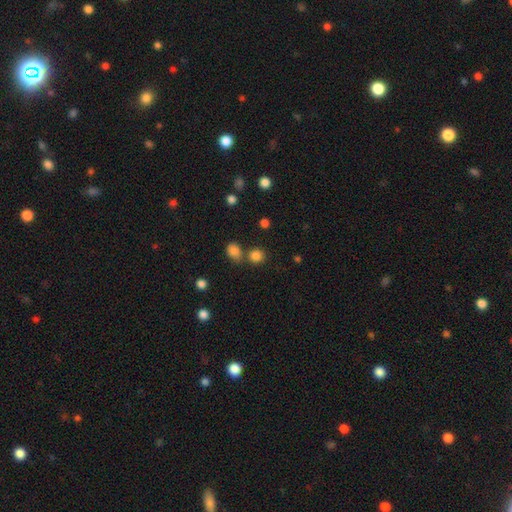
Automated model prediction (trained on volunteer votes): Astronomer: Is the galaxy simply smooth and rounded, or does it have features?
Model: smooth — 82%.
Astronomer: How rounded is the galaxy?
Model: round — 83%.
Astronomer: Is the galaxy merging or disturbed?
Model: none — 65%.